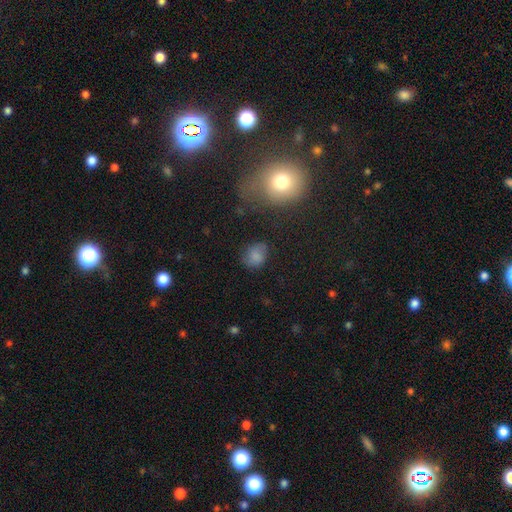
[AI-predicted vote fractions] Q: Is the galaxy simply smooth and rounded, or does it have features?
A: smooth — 75%.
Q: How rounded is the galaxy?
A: round — 51%.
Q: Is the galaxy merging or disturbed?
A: none — 64%.